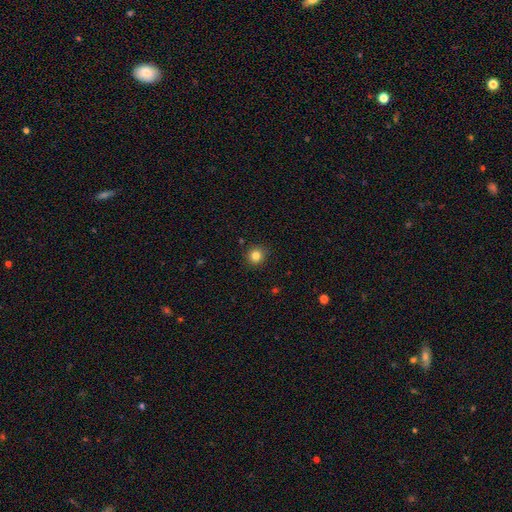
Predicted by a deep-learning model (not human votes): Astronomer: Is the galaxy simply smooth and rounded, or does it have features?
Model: smooth — 83%.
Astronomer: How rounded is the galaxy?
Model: round — 90%.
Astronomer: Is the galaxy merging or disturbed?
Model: none — 90%.